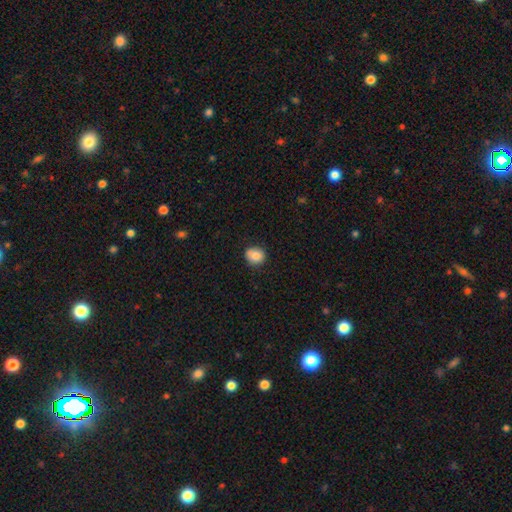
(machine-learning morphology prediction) Smooth or featured: smooth — 84% (star or artifact — 9%)
How rounded: round — 78% (in between — 21%)
Merging: none — 79% (minor disturbance — 16%)